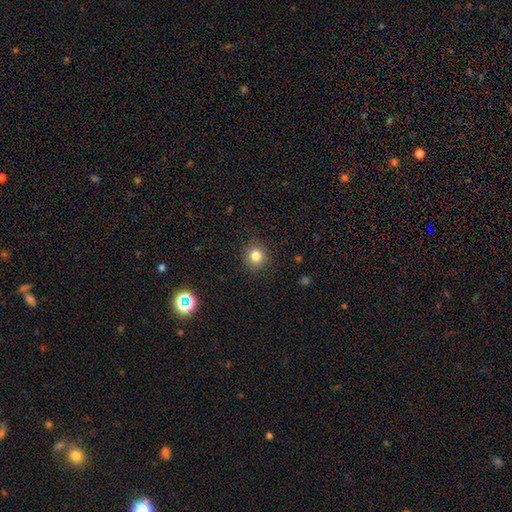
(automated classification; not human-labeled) Morphology: type=smooth (82%); roundness=round (89%); merging=none (90%).